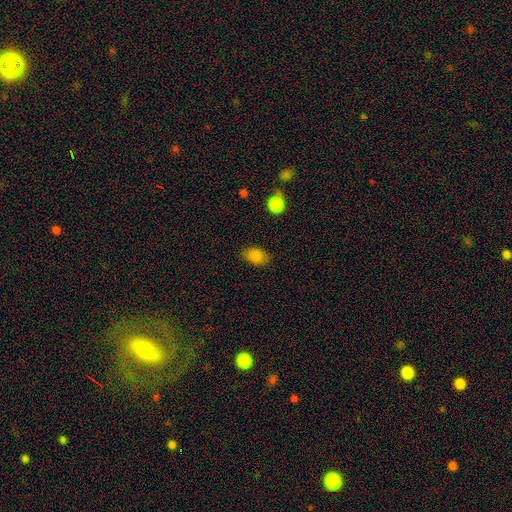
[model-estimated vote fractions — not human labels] Smooth or featured? Predicted: smooth (p=0.85). How rounded? Predicted: in between (p=0.80). Merging? Predicted: none (p=0.80).